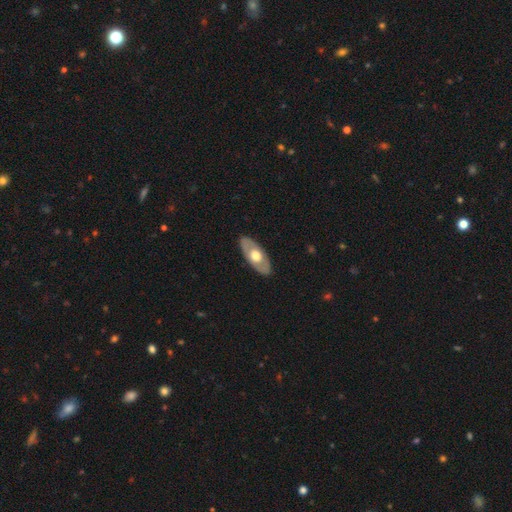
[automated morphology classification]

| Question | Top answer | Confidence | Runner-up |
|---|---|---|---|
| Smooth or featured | featured or disk | 50% | smooth (46%) |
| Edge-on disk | no | 74% | yes (26%) |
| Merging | none | 87% | minor disturbance (9%) |